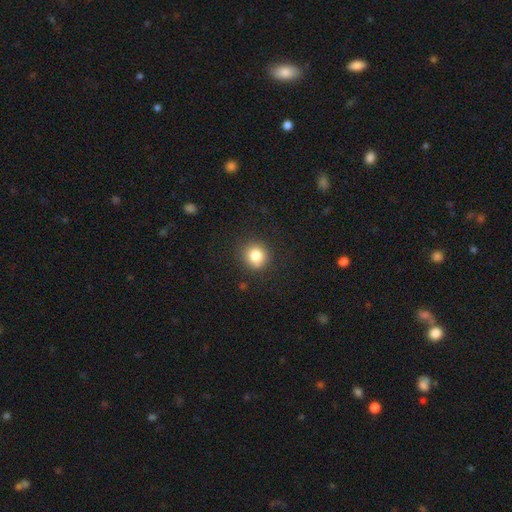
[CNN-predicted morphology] type=smooth (82%); roundness=round (90%); merging=none (84%).